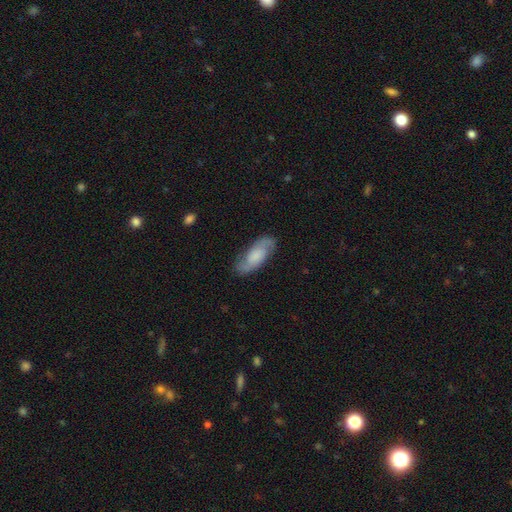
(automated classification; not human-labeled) Smooth or featured: featured or disk — 63% (smooth — 30%)
Edge-on disk: no — 91% (yes — 9%)
Bar: no — 59% (weak — 34%)
Spiral arms: yes — 93% (no — 7%)
Spiral winding: medium — 48% (tight — 27%)
Spiral arm count: 2 — 87% (can't tell — 8%)
Bulge size: none — 32% (moderate — 24%)
Merging: none — 81% (minor disturbance — 14%)